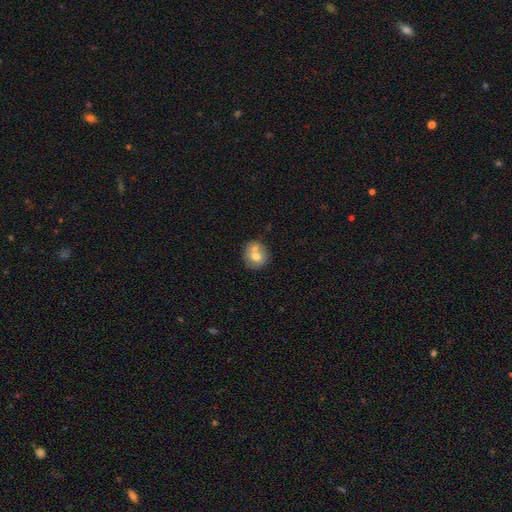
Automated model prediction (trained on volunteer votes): Smooth or featured: smooth — 68% (featured or disk — 24%)
How rounded: round — 82% (in between — 17%)
Merging: none — 51% (merger — 34%)